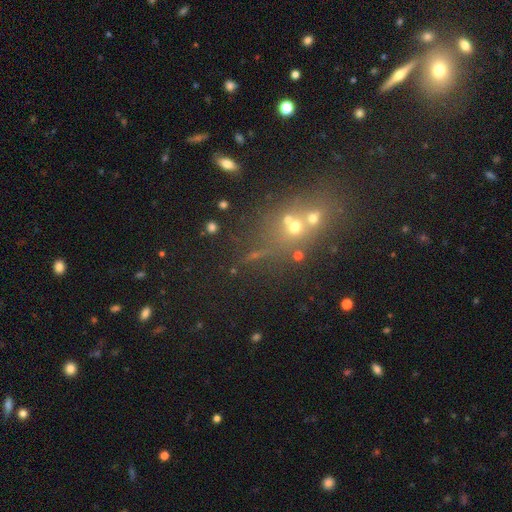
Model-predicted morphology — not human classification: Q: Smooth or featured?
A: star or artifact (44%); runner-up: smooth (36%)